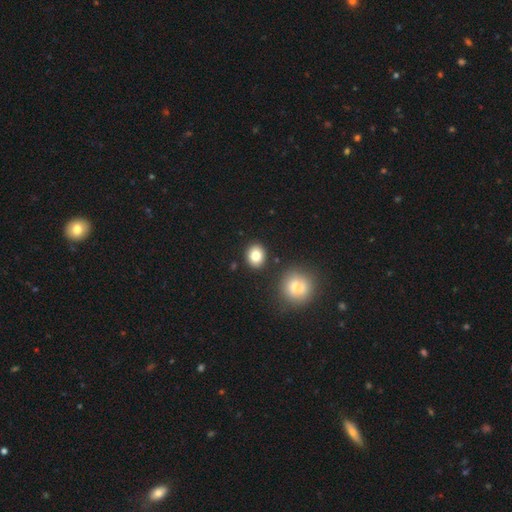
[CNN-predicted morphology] This is clearly a smooth galaxy (82%). How rounded: likely round (68%). Merging: clearly none (86%).